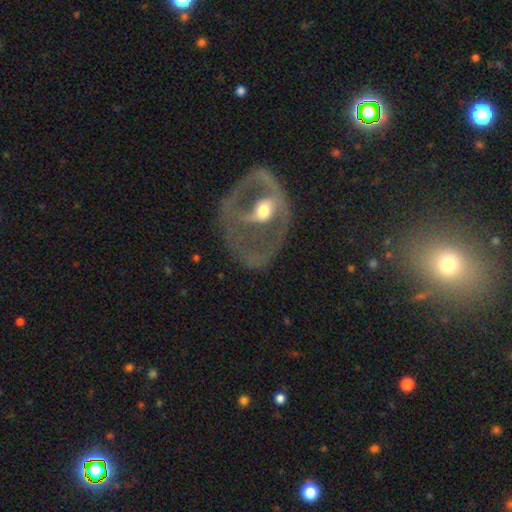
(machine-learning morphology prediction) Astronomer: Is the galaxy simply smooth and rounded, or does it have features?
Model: featured or disk — 76%.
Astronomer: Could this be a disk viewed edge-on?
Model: no — 92%.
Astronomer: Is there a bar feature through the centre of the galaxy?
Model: no — 36% (runner-up: strong, 33%).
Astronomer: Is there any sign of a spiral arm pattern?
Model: no — 61% (runner-up: yes, 39%).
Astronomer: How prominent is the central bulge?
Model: moderate — 69%.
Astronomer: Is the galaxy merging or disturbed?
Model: none — 51% (runner-up: major disturbance, 26%).